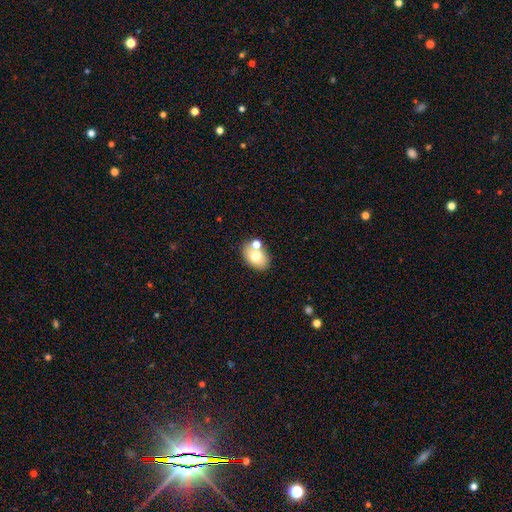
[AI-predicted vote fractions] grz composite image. It shows a smooth galaxy with no disk features (71%) that is in between round and cigar-shaped (75%). Merging: none (62%).